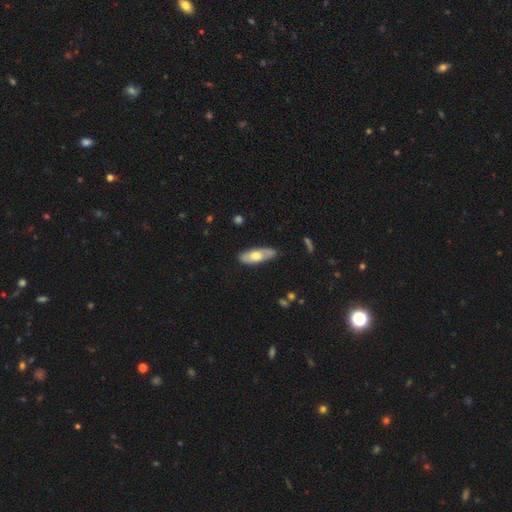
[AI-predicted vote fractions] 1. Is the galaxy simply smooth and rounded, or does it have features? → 59% smooth, 36% featured or disk, 5% star or artifact.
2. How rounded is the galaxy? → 70% in between, 27% cigar-shaped, 2% round.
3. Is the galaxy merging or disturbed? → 79% none, 17% minor disturbance, 3% major disturbance, 2% merger.